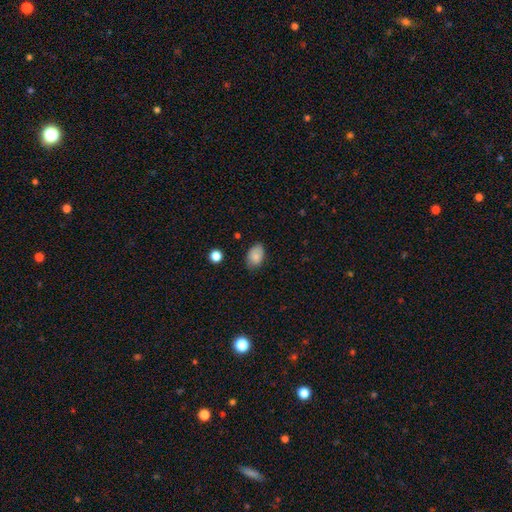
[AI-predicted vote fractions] A smooth galaxy with no disk features (84%) that is in between round and cigar-shaped (84%).

Vote fractions:
- Smooth or featured? smooth: 84% / star or artifact: 8% / featured or disk: 8%
- How rounded? in between: 84% / round: 14% / cigar-shaped: 1%
- Merging? none: 71% / minor disturbance: 23% / major disturbance: 4% / merger: 1%